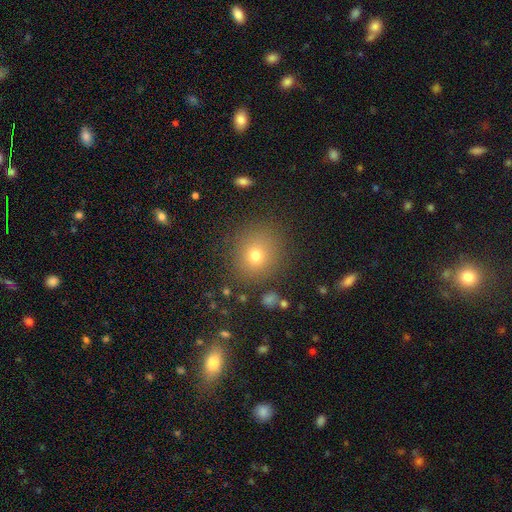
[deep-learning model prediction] This is likely a smooth galaxy (73%). How rounded: clearly round (82%). Merging: clearly none (85%).